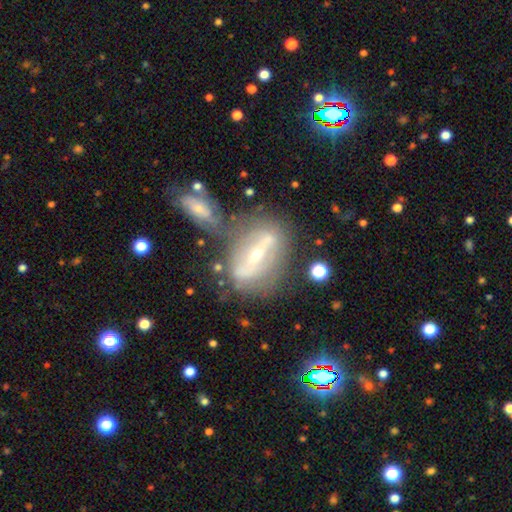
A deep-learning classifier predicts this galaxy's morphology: smooth-or-featured: featured or disk: 75% | smooth: 16% | star or artifact: 9%
  disk-edge-on: no: 77% | yes: 23%
    bar: strong: 69% | weak: 20% | no: 11%
    has-spiral-arms: yes: 50% (tied) | no: 50% (tied)
    bulge-size: small: 50% | moderate: 45% | large: 2% | none: 1% | dominant: 1%
  merging: none: 61% | minor disturbance: 16% | merger: 14% | major disturbance: 8%